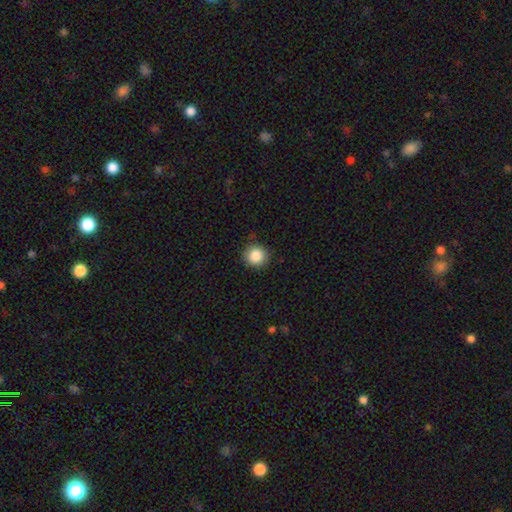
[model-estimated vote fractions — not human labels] Overall: smooth (86%). How rounded: round (93%). Merging: none (88%).